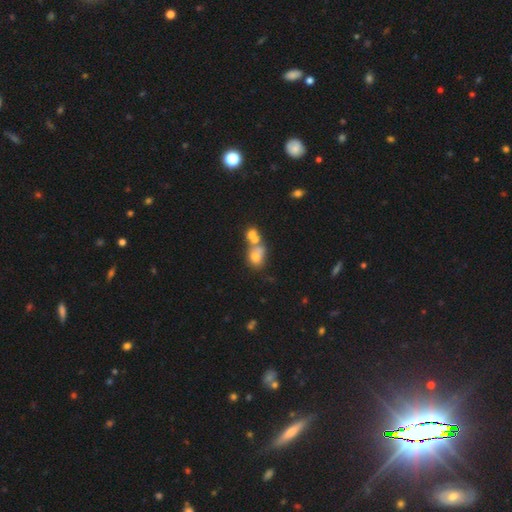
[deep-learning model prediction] The model was most divided on "merging": merger: 56%, none: 32%, minor disturbance: 8%, major disturbance: 5%. More confident: how rounded — round (67%); smooth or featured — smooth (60%).